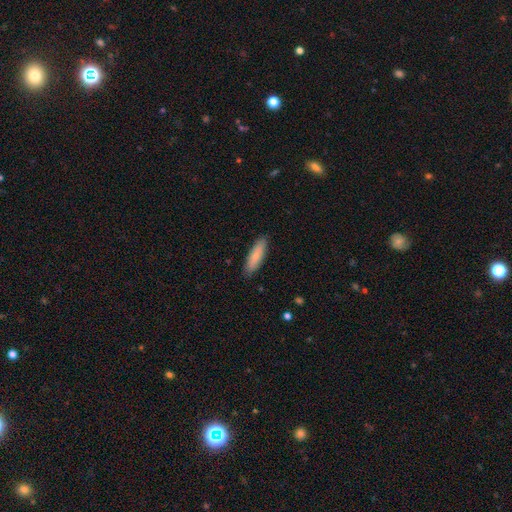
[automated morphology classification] type=smooth (84%); roundness=cigar-shaped (63%); merging=none (88%).